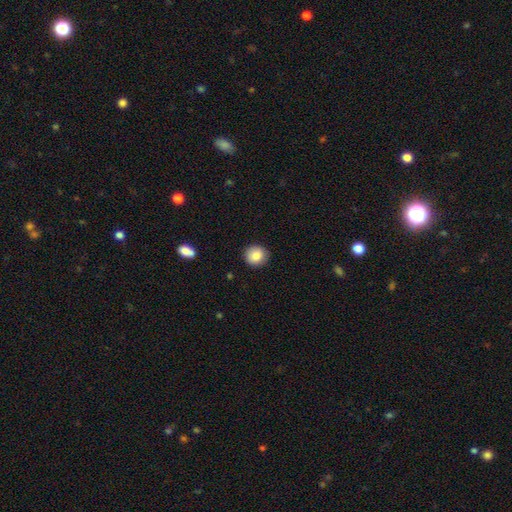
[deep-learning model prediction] Smooth or featured? smooth (86%)
How rounded? round (87%)
Merging? none (89%)